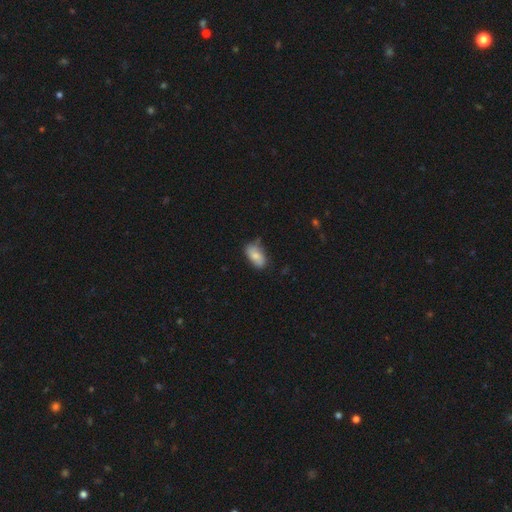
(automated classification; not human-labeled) This is likely a smooth galaxy (77%). How rounded: clearly in between (93%). Merging: likely none (61%).